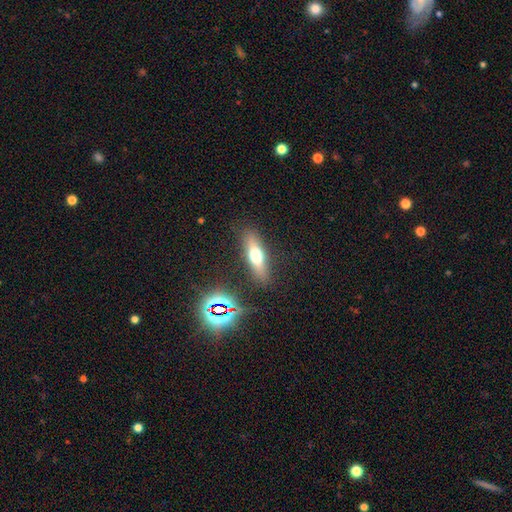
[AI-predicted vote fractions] Overall: smooth (54%; featured or disk 34%). How rounded: cigar-shaped (57%; in between 39%). Merging: none (85%).